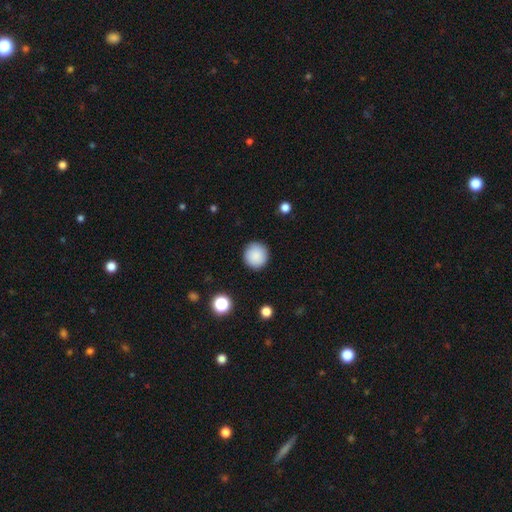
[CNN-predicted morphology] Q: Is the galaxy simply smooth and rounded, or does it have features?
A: smooth — 88%.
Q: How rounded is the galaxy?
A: round — 95%.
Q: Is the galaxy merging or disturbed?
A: none — 90%.